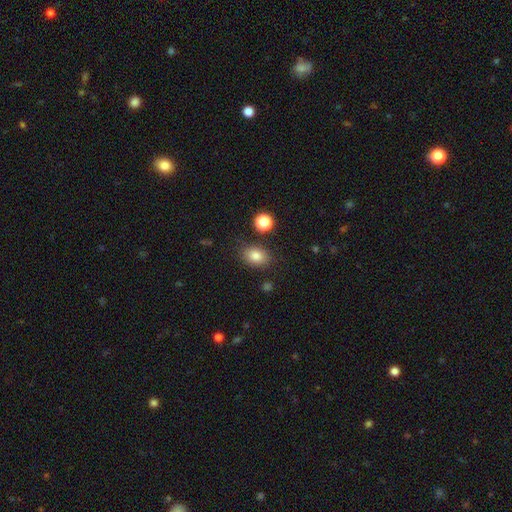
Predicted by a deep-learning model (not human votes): Morphology: type=smooth (82%); roundness=in between (70%); merging=none (81%).